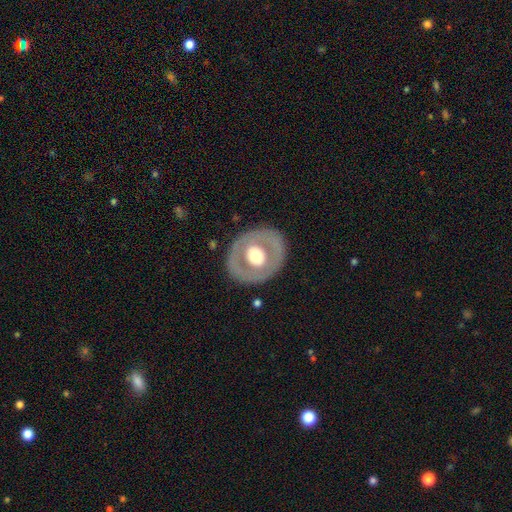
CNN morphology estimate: Smooth or featured? featured or disk (56%)
Edge-on disk? no (94%)
Bar? no (82%)
Spiral arms? no (91%)
Bulge size? moderate (53%)
Merging? none (83%)